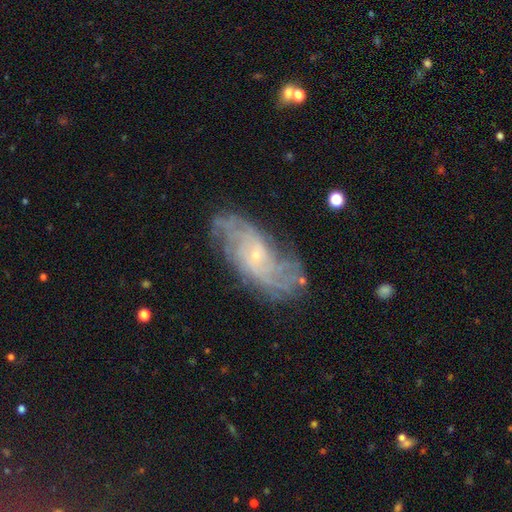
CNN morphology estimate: Smooth or featured?
  - featured or disk: 81% *
  - smooth: 11%
  - star or artifact: 7%
Edge-on disk?
  - no: 93% *
  - yes: 7%
Bar?
  - no: 63% *
  - weak: 32%
  - strong: 6%
Spiral arms?
  - yes: 93% *
  - no: 7%
Spiral winding?
  - tight: 47% *
  - medium: 36%
  - loose: 18%
Spiral arm count?
  - can't tell: 42% *
  - 2: 20%
  - 4: 13%
  - 3: 10%
  - more than 4: 9%
  - 1: 6%
Bulge size?
  - small: 82% *
  - moderate: 12%
  - none: 4%
  - large: 1%
  - dominant: 1%
Merging?
  - none: 73% *
  - minor disturbance: 18%
  - major disturbance: 7%
  - merger: 2%